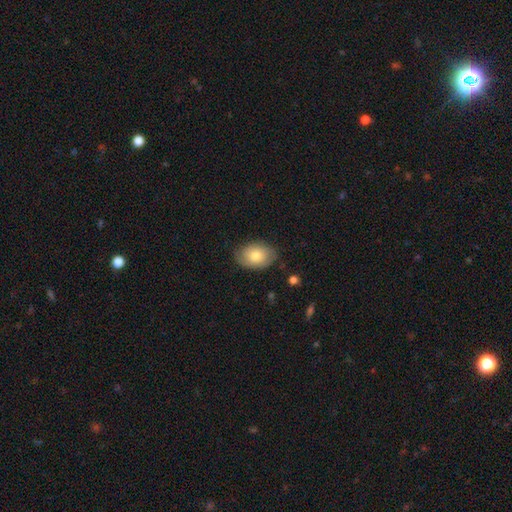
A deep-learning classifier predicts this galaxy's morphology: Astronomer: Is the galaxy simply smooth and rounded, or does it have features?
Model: smooth — 65%.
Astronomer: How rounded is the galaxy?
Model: in between — 78%.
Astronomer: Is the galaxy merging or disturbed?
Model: none — 75%.